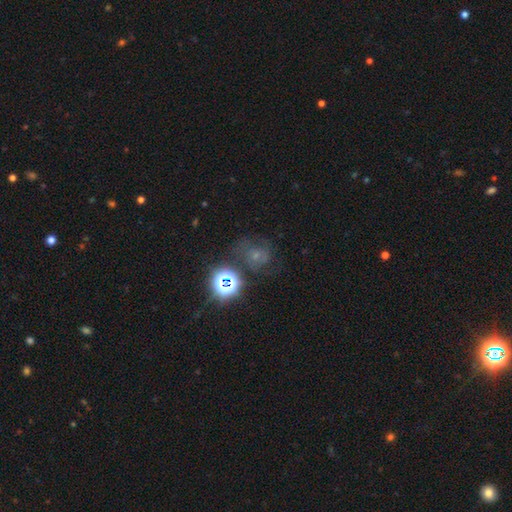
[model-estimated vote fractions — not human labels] Smooth or featured?
  - star or artifact: 41% *
  - smooth: 32%
  - featured or disk: 27%